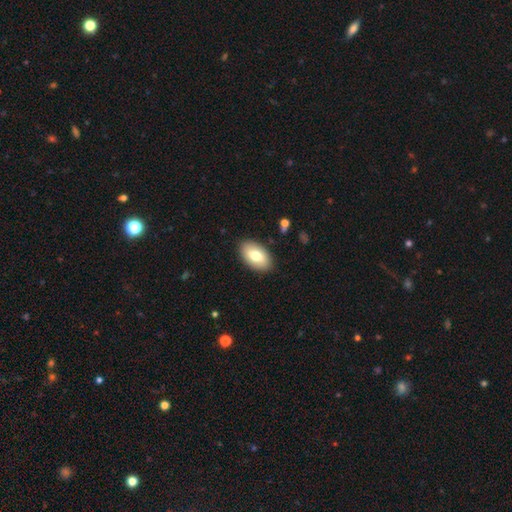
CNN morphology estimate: The model was most divided on "smooth or featured": smooth: 74%, featured or disk: 19%, star or artifact: 6%. More confident: how rounded — in between (94%); merging — none (88%).